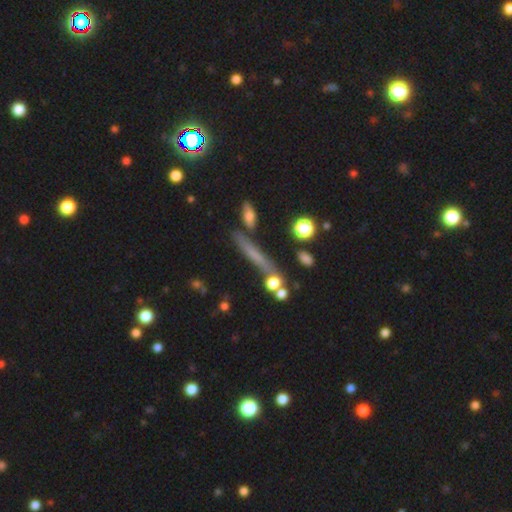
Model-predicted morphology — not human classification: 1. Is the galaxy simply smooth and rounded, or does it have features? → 42% smooth, 39% featured or disk, 19% star or artifact.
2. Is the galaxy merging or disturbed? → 73% none, 12% minor disturbance, 10% merger, 5% major disturbance.